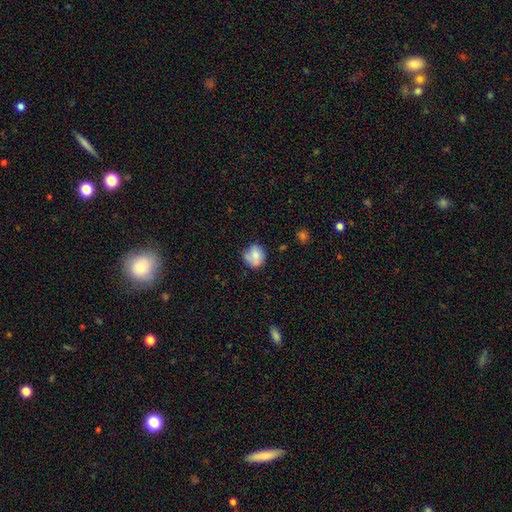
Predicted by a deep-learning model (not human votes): smooth_or_featured: smooth (p=0.73) [alt: featured or disk p=0.18]
how_rounded: round (p=0.78) [alt: in between p=0.21]
merging: none (p=0.61) [alt: minor disturbance p=0.25]